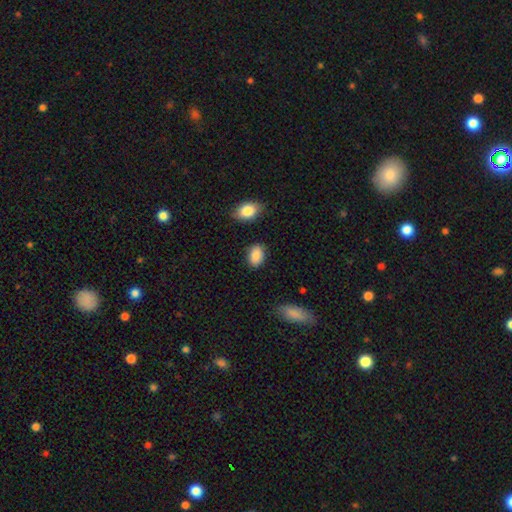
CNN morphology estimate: A smooth galaxy with no disk features (88%) that is in between round and cigar-shaped (82%).

Vote fractions:
- Smooth or featured? smooth: 88% / star or artifact: 7% / featured or disk: 5%
- How rounded? in between: 82% / round: 17% / cigar-shaped: 1%
- Merging? none: 84% / minor disturbance: 11% / major disturbance: 3% / merger: 2%